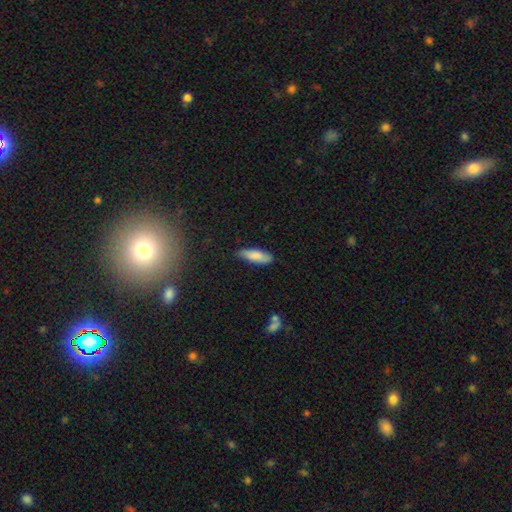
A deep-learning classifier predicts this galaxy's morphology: This is clearly a smooth galaxy (82%). How rounded: possibly in between (59%). Merging: likely none (78%).